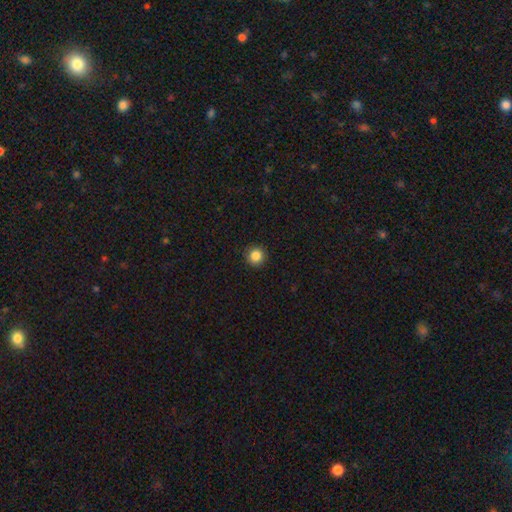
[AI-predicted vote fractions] Smooth or featured? Predicted: smooth (p=0.86). How rounded? Predicted: round (p=0.95). Merging? Predicted: none (p=0.92).